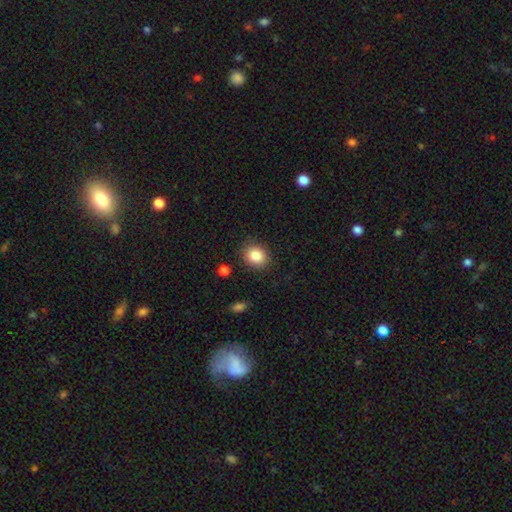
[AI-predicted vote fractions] A smooth galaxy with no disk features (85%) that is round (63%).

Vote fractions:
- Smooth or featured? smooth: 85% / star or artifact: 9% / featured or disk: 6%
- How rounded? round: 63% / in between: 36% / cigar-shaped: 1%
- Merging? none: 87% / minor disturbance: 9% / major disturbance: 3% / merger: 2%